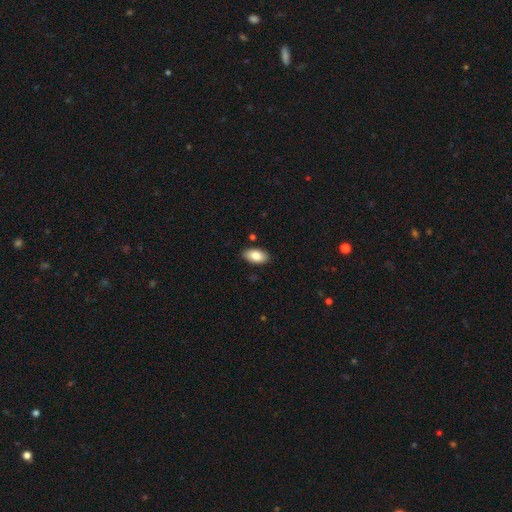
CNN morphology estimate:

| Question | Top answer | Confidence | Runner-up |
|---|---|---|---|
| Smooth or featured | smooth | 84% | featured or disk (10%) |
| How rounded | in between | 94% | round (3%) |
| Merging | none | 88% | minor disturbance (9%) |